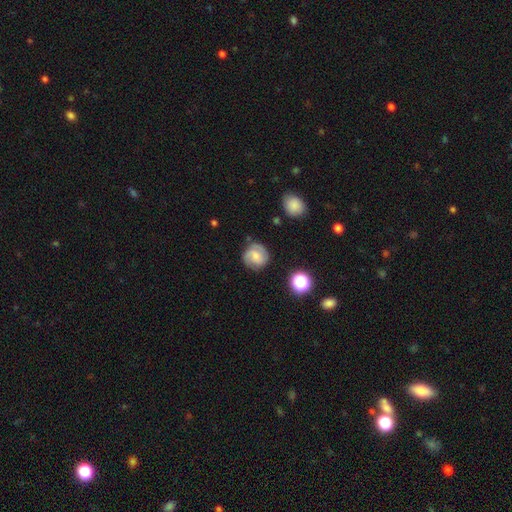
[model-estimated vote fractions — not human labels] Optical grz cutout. It shows a featured or disk galaxy (51%). Merging: none (75%).